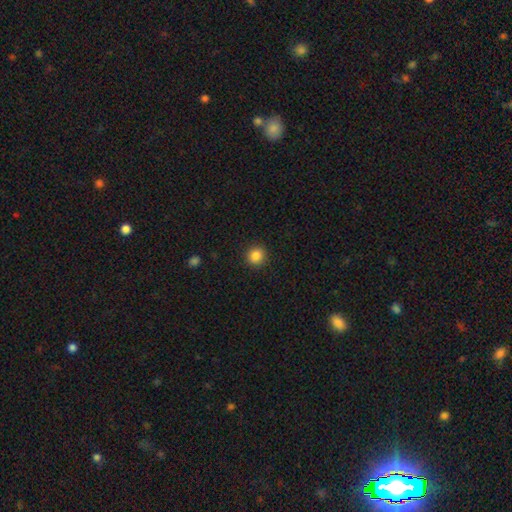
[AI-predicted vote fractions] This appears to be a smooth galaxy with no disk features (86%) that is round (92%). Merging: none (92%).